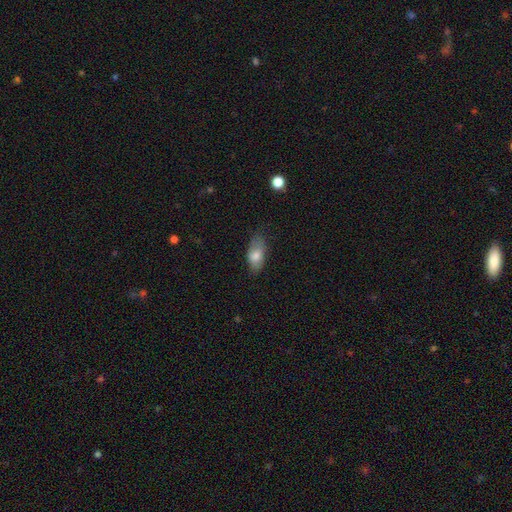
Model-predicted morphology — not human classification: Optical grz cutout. It shows a smooth galaxy with no disk features (77%) that is in between round and cigar-shaped (88%). Merging: none (71%).